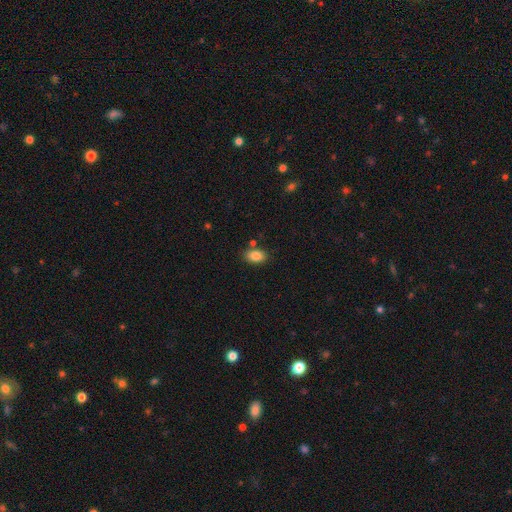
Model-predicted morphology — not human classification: Q: Smooth or featured?
A: smooth (85%); runner-up: star or artifact (9%)
Q: How rounded?
A: in between (84%); runner-up: round (14%)
Q: Merging?
A: none (78%); runner-up: minor disturbance (12%)